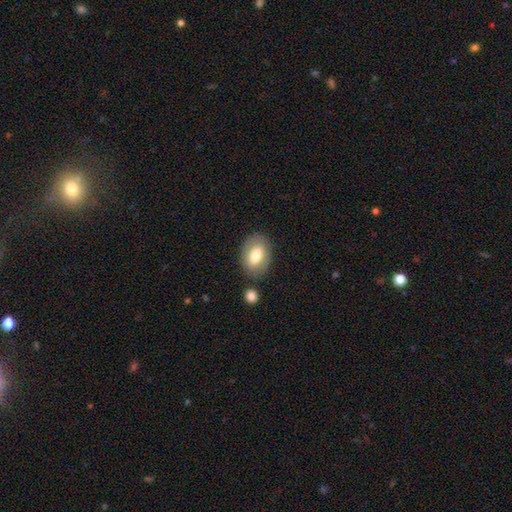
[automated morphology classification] Smooth or featured? Predicted: smooth (p=0.71). How rounded? Predicted: in between (p=0.84). Merging? Predicted: none (p=0.76).